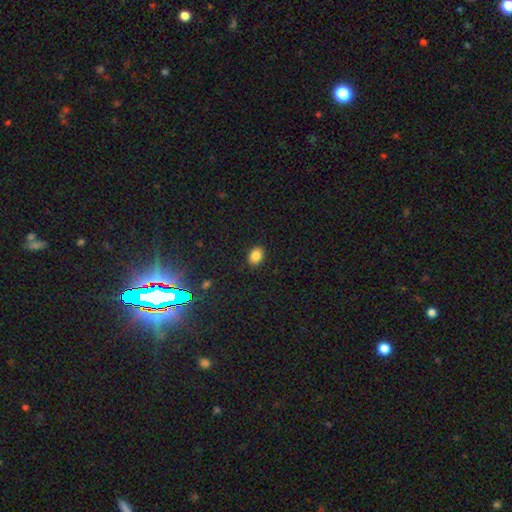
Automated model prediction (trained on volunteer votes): Smooth or featured? smooth (84%)
How rounded? in between (67%)
Merging? none (89%)